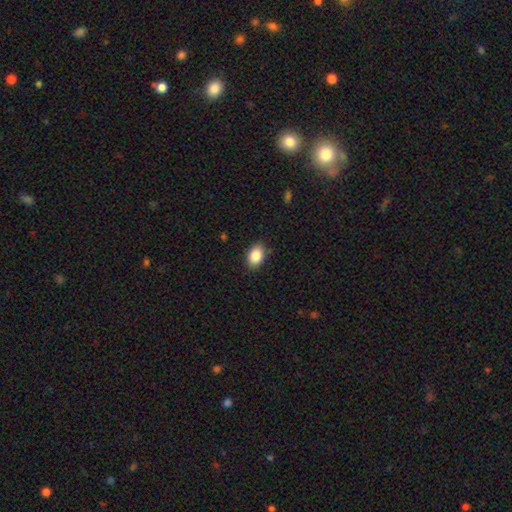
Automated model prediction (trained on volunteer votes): Q: Smooth or featured?
A: smooth (86%); runner-up: star or artifact (8%)
Q: How rounded?
A: in between (82%); runner-up: round (17%)
Q: Merging?
A: none (87%); runner-up: minor disturbance (10%)